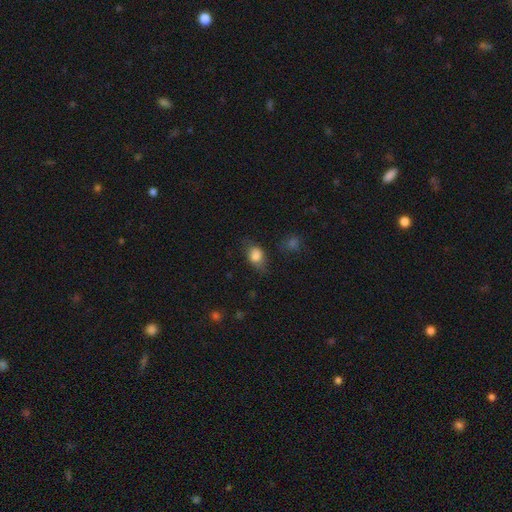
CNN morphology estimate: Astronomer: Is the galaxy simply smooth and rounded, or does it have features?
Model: smooth — 80%.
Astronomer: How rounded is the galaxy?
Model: in between — 65%.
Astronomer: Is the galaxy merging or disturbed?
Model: none — 62%.